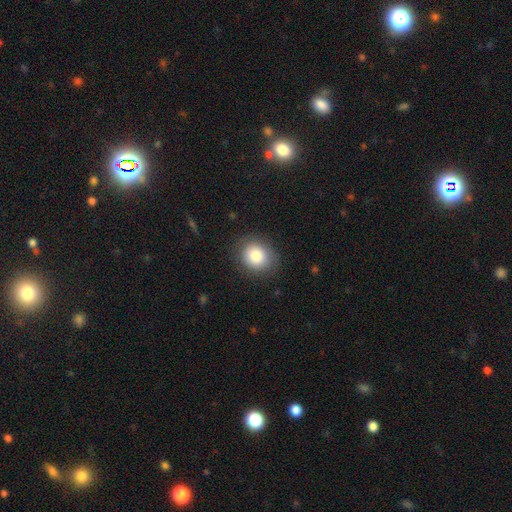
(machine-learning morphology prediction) Smooth or featured: smooth — 82% (featured or disk — 9%)
How rounded: round — 72% (in between — 27%)
Merging: none — 84% (minor disturbance — 11%)